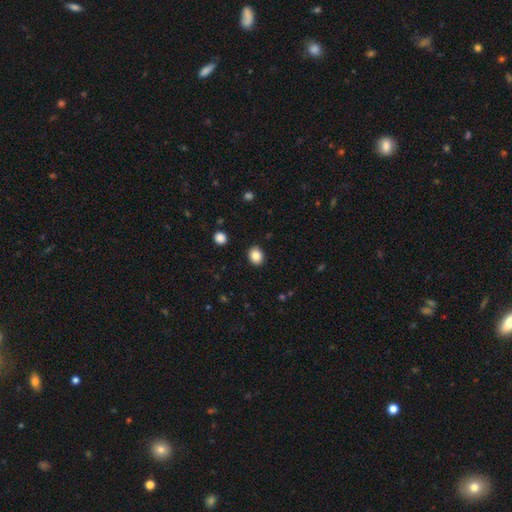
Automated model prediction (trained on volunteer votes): Q: Smooth or featured?
A: smooth (86%); runner-up: star or artifact (10%)
Q: How rounded?
A: round (57%); runner-up: in between (42%)
Q: Merging?
A: none (90%); runner-up: minor disturbance (7%)